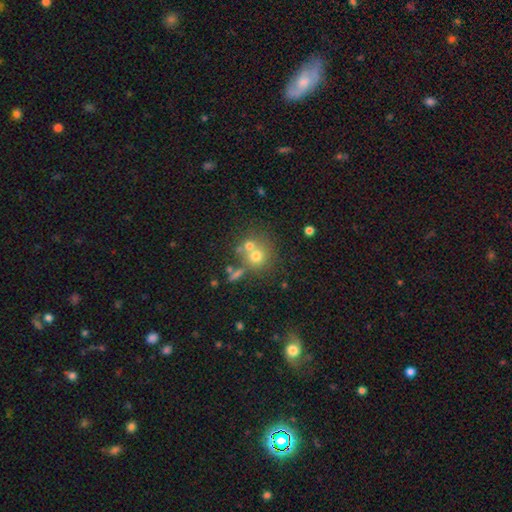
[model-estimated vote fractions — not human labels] This appears to be a smooth galaxy with no disk features (65%) that is round (87%). Merging: none (50%).